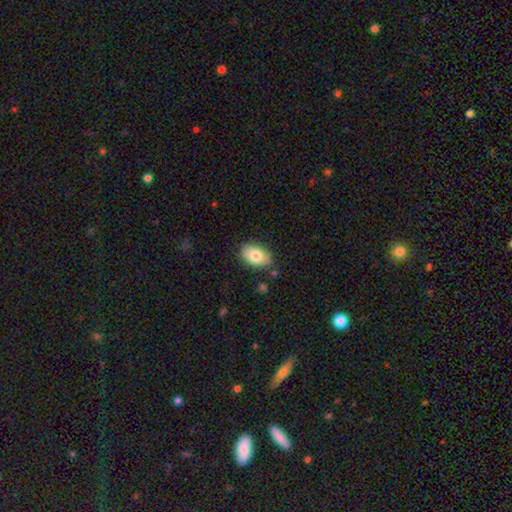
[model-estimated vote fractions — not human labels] A smooth galaxy with no disk features (80%) that is in between round and cigar-shaped (91%). Merging: none (82%).